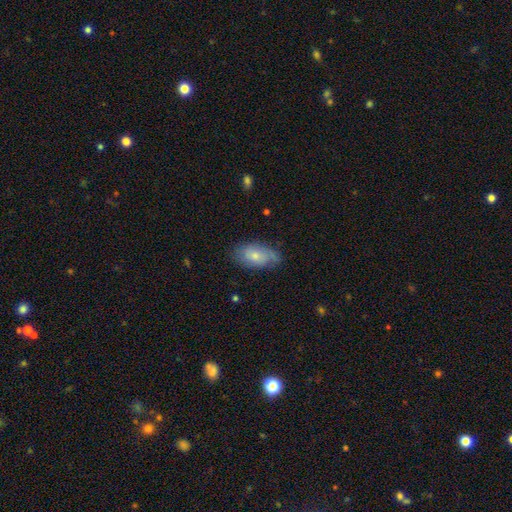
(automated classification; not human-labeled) The model was most divided on "merging": none: 64%, minor disturbance: 27%, major disturbance: 7%, merger: 2%. More confident: how rounded — in between (93%); smooth or featured — smooth (66%).